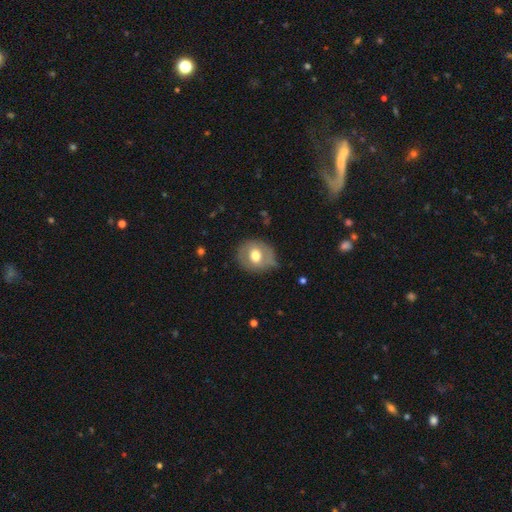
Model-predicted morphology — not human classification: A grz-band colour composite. It shows a smooth galaxy with no disk features (60%) that is round (74%). Merging: none (69%).